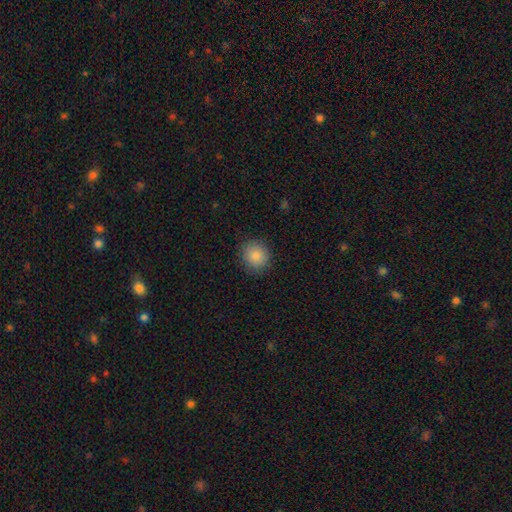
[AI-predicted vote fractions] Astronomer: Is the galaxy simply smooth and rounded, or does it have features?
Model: smooth — 87%.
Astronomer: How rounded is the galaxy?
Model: round — 87%.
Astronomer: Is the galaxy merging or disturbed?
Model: none — 88%.